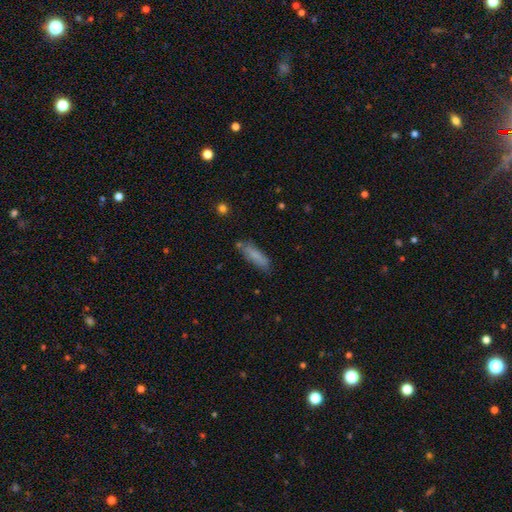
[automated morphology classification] This appears to be a smooth galaxy with no disk features (80%) that is cigar-shaped (55%). Merging: none (73%).